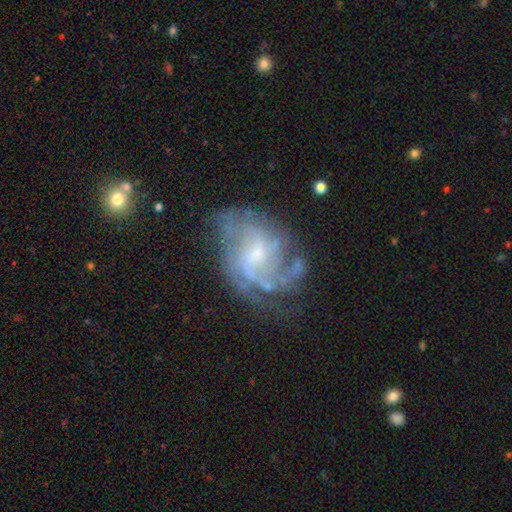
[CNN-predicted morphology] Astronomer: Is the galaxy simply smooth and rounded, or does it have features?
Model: featured or disk — 82%.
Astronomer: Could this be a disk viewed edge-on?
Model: no — 98%.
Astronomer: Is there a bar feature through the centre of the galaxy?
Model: weak — 51% (runner-up: no, 38%).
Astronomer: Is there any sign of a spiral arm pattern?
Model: yes — 89%.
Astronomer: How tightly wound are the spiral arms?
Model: medium — 45% (runner-up: tight, 32%).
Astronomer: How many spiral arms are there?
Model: can't tell — 33% (runner-up: 2, 24%).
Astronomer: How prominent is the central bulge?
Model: small — 51% (runner-up: moderate, 32%).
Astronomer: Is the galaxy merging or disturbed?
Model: none — 52%.